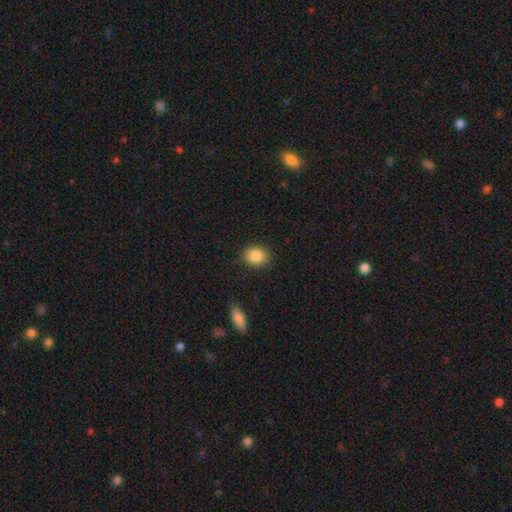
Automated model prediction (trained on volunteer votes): This appears to be a smooth galaxy with no disk features (86%) that is round (55%). Merging: none (86%).